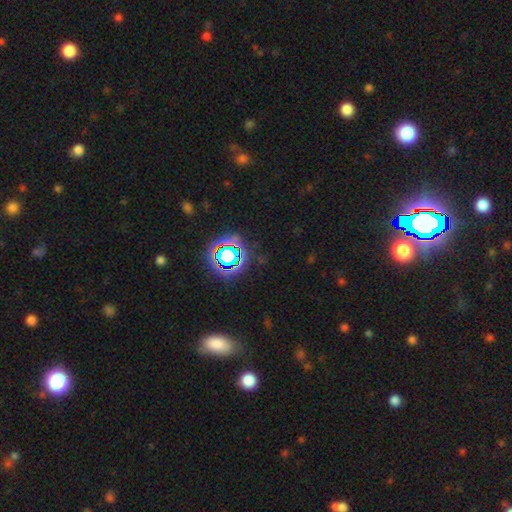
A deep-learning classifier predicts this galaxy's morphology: A star or artifact, not a galaxy (73%).